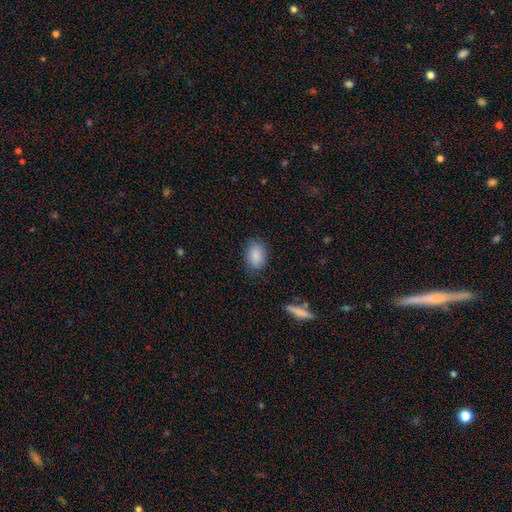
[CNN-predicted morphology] This appears to be a smooth galaxy with no disk features (87%) that is in between round and cigar-shaped (81%). Merging: none (81%).